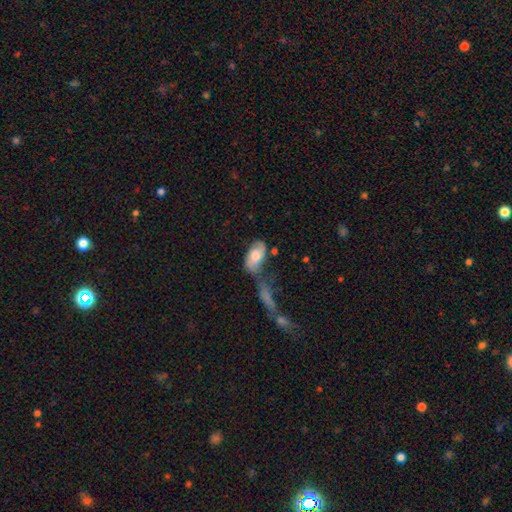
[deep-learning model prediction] A smooth galaxy with no disk features (62%) that is in between round and cigar-shaped (92%).

Vote fractions:
- Smooth or featured? smooth: 62% / featured or disk: 32% / star or artifact: 6%
- How rounded? in between: 92% / cigar-shaped: 4% / round: 4%
- Merging? none: 44% / merger: 24% / minor disturbance: 20% / major disturbance: 11%